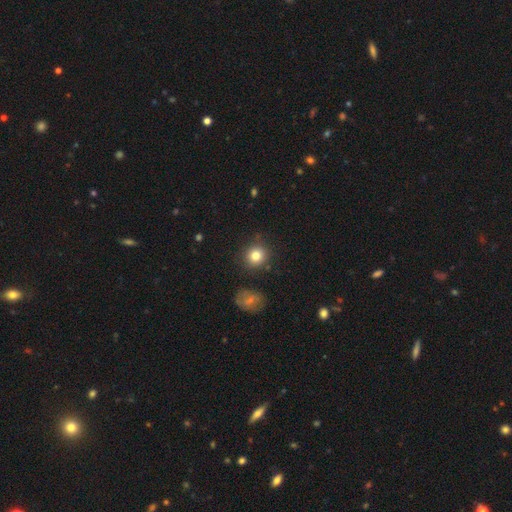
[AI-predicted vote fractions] smooth-or-featured: smooth: 82% | star or artifact: 11% | featured or disk: 7%
  how-rounded: round: 89% | in between: 10% | cigar-shaped: 1%
  merging: none: 85% | minor disturbance: 9% | merger: 3% | major disturbance: 3%